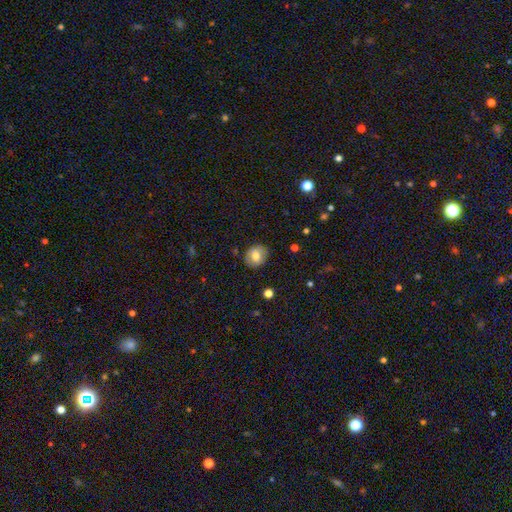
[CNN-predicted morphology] This appears to be a smooth galaxy with no disk features (69%) that is round (70%). Merging: none (83%).